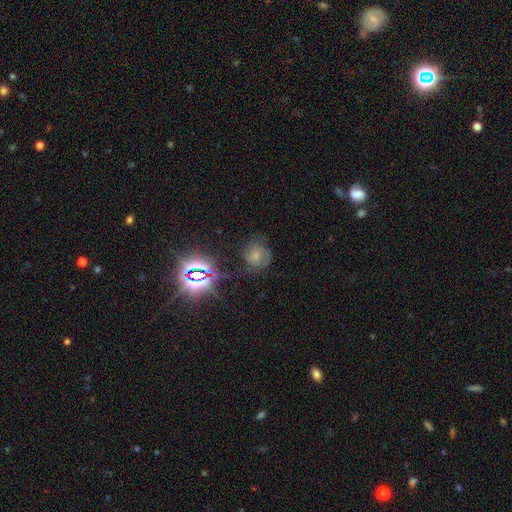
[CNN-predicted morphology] This is possibly a smooth galaxy (47%). Merging: possibly none (59%).